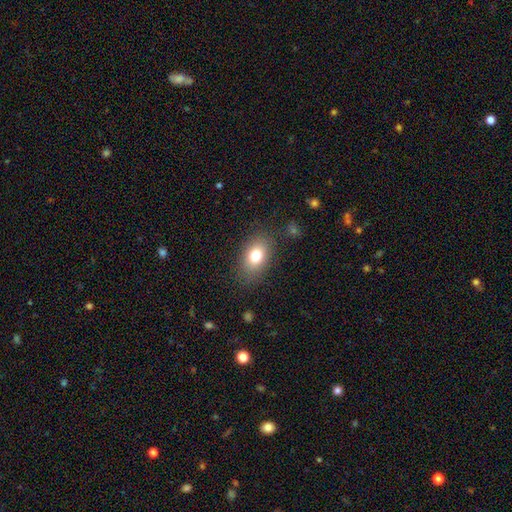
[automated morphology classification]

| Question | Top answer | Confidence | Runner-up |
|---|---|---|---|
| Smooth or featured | smooth | 76% | featured or disk (13%) |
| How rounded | in between | 81% | round (17%) |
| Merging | none | 83% | minor disturbance (11%) |